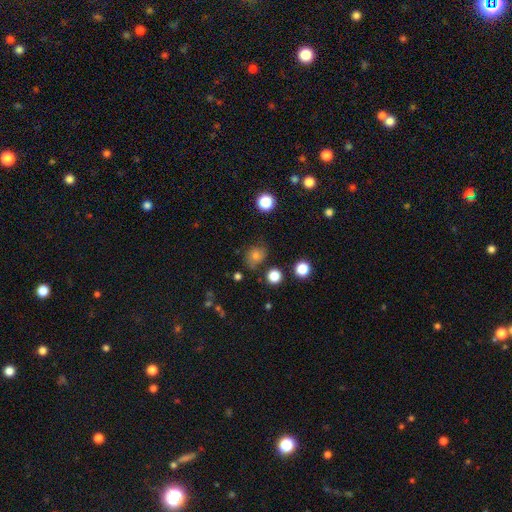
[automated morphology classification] Smooth or featured? Predicted: smooth (p=0.71). How rounded? Predicted: round (p=0.65). Merging? Predicted: none (p=0.69).